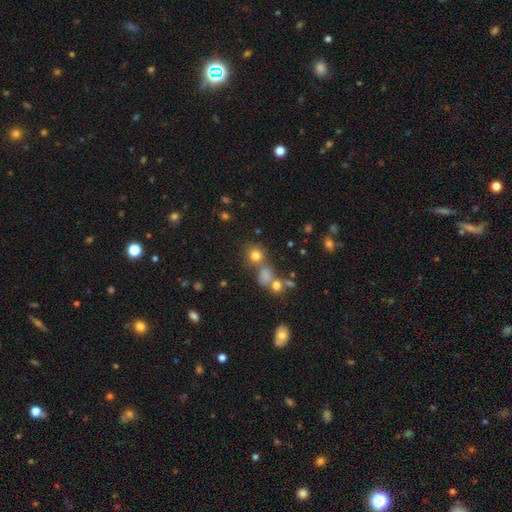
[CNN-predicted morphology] The model was most divided on "merging": none: 63%, merger: 22%, minor disturbance: 10%, major disturbance: 5%. More confident: how rounded — round (85%); smooth or featured — smooth (75%).